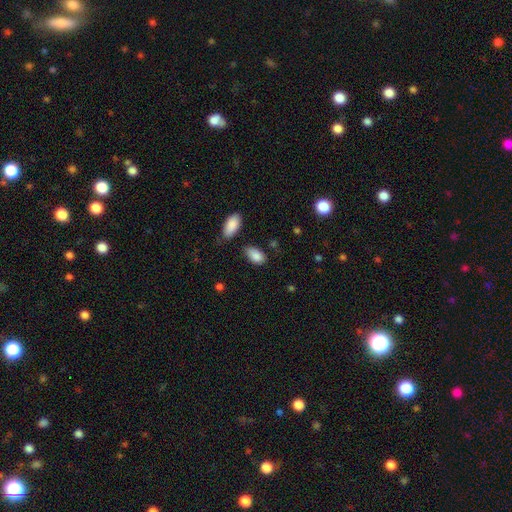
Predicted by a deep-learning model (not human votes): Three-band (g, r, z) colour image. It shows a smooth galaxy with no disk features (87%) that is in between round and cigar-shaped (93%). Merging: none (71%).